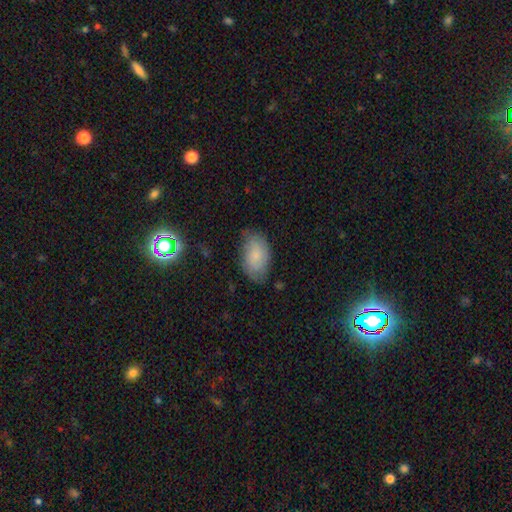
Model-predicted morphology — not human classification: Q: Smooth or featured?
A: smooth (73%); runner-up: featured or disk (17%)
Q: How rounded?
A: in between (93%); runner-up: round (5%)
Q: Merging?
A: none (70%); runner-up: minor disturbance (23%)